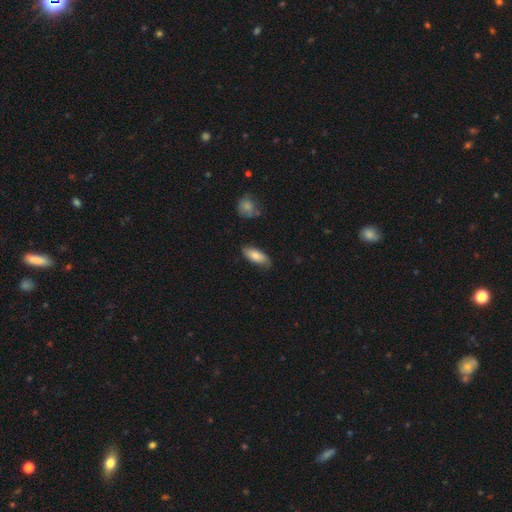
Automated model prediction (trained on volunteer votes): Overall: smooth (79%). How rounded: in between (85%). Merging: none (74%).